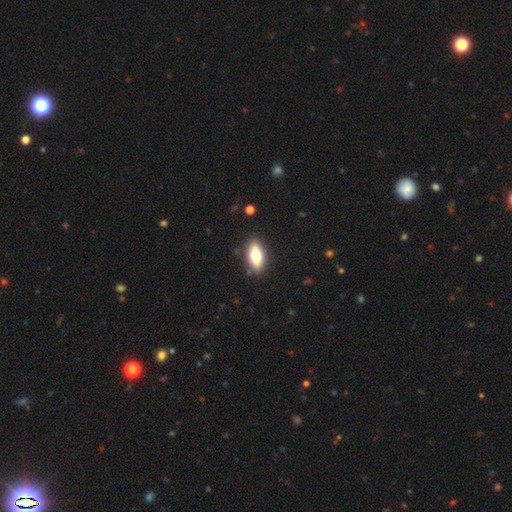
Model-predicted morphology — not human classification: A smooth galaxy with no disk features (71%) that is in between round and cigar-shaped (78%). Merging: none (87%).